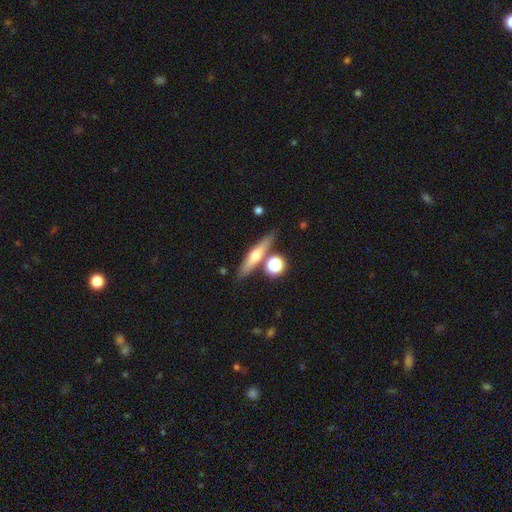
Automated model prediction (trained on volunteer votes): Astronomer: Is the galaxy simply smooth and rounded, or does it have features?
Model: featured or disk — 54% (runner-up: smooth, 38%).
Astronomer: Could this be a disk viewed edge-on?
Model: yes — 92%.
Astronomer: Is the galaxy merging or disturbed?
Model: none — 76%.